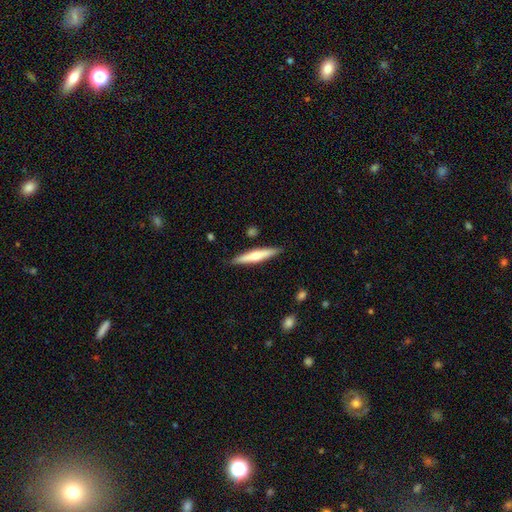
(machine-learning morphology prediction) smooth 53%, featured or disk 41%, star or artifact 5%. Down the decision tree: how rounded — cigar-shaped (92%); merging — none (88%).